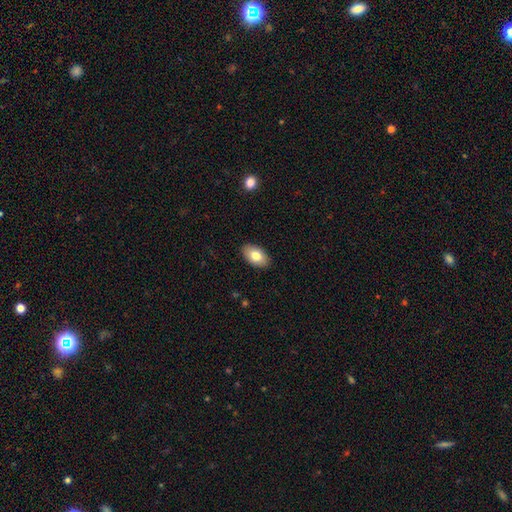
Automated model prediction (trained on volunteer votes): smooth_or_featured: smooth (p=0.79) [alt: featured or disk p=0.14]
how_rounded: in between (p=0.93) [alt: round p=0.06]
merging: none (p=0.89) [alt: minor disturbance p=0.09]